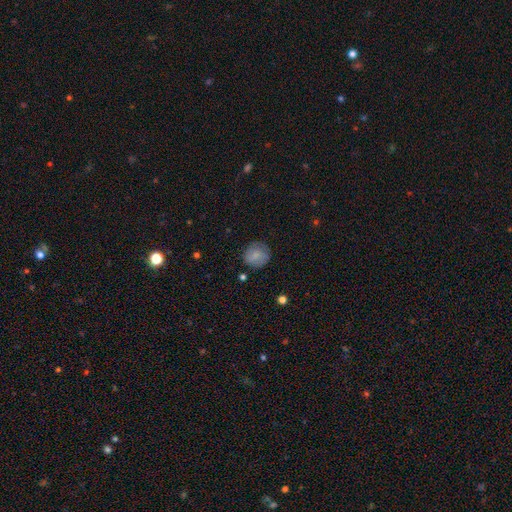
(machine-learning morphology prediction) This is likely a smooth galaxy (74%). How rounded: clearly round (86%). Merging: likely none (78%).